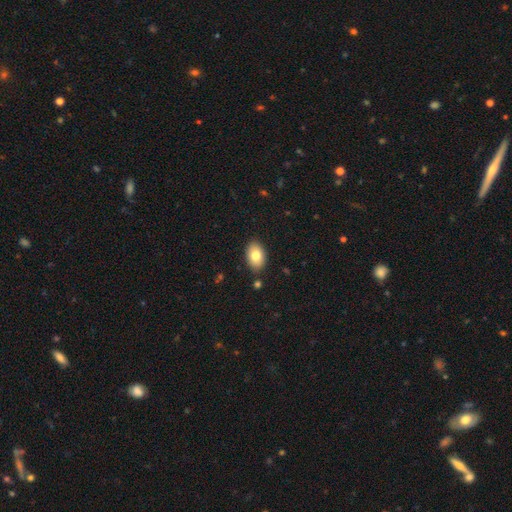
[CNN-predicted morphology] This is likely a smooth galaxy (79%). How rounded: clearly in between (88%). Merging: clearly none (86%).